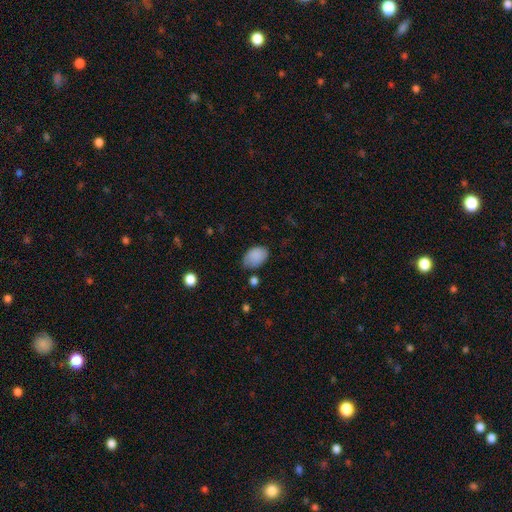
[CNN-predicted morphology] Smooth or featured?
  - smooth: 87% *
  - star or artifact: 8%
  - featured or disk: 5%
How rounded?
  - in between: 87% *
  - round: 12%
  - cigar-shaped: 1%
Merging?
  - none: 65% *
  - minor disturbance: 26%
  - major disturbance: 6%
  - merger: 3%